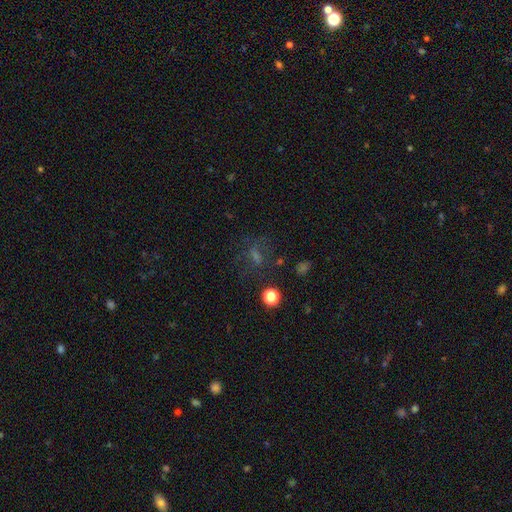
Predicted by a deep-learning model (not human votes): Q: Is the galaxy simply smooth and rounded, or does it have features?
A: star or artifact — 39%.